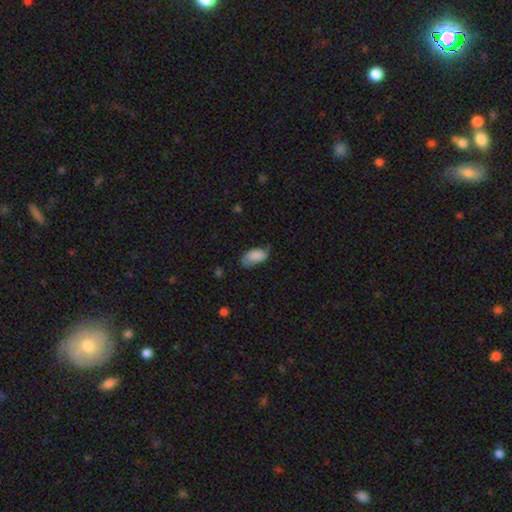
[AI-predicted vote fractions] Smooth or featured? Predicted: smooth (p=0.82). How rounded? Predicted: in between (p=0.94). Merging? Predicted: none (p=0.49).